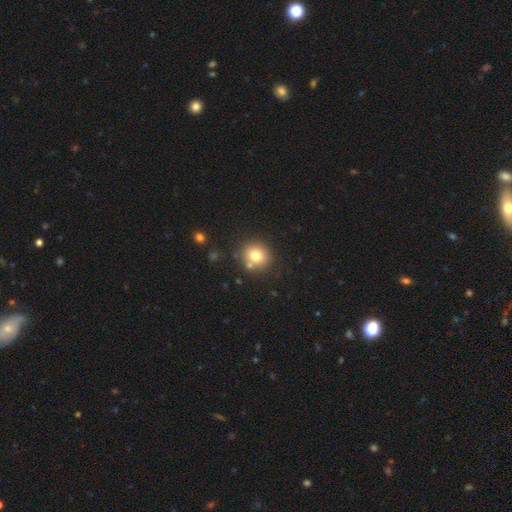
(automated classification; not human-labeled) A smooth galaxy with no disk features (75%) that is round (87%).

Vote fractions:
- Smooth or featured? smooth: 75% / star or artifact: 13% / featured or disk: 12%
- How rounded? round: 87% / in between: 12% / cigar-shaped: 1%
- Merging? none: 76% / merger: 11% / minor disturbance: 10% / major disturbance: 3%